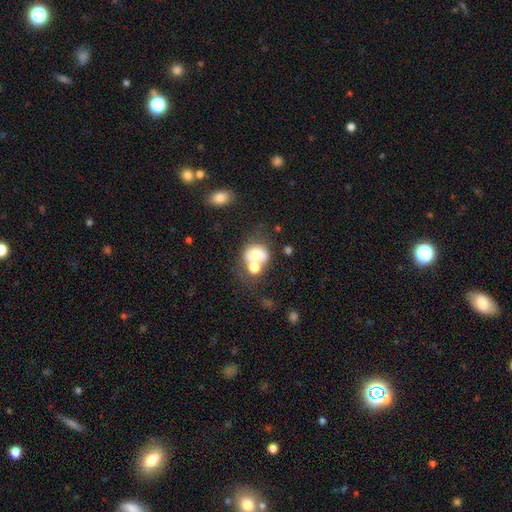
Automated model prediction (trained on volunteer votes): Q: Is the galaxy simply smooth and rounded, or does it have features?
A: smooth — 62%.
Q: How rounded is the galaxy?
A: round — 66%.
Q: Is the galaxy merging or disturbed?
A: merger — 54%.